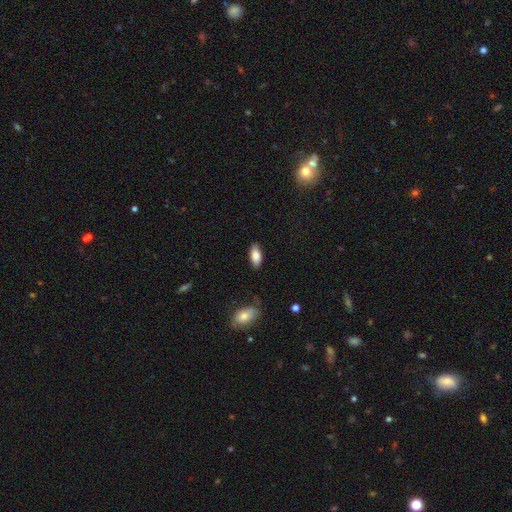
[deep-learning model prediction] smooth-or-featured: smooth: 86% | featured or disk: 8% | star or artifact: 6%
  how-rounded: in between: 87% | cigar-shaped: 11% | round: 2%
  merging: none: 84% | minor disturbance: 12% | major disturbance: 3% | merger: 1%